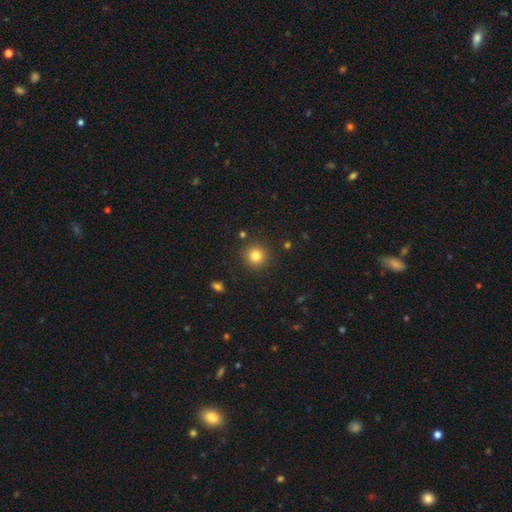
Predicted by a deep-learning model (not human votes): This is clearly a smooth galaxy (82%). How rounded: clearly round (94%). Merging: clearly none (90%).